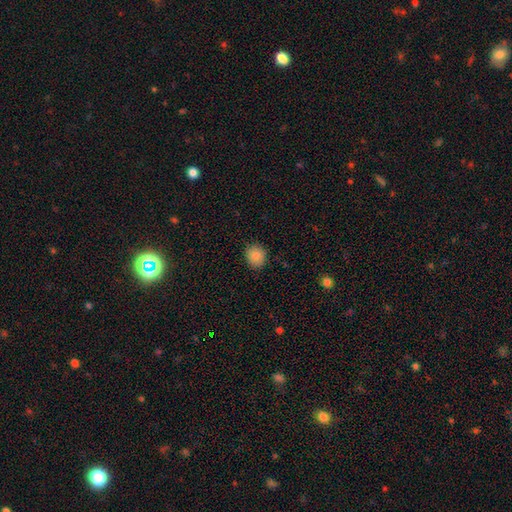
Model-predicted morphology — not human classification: Q: Smooth or featured?
A: smooth (87%); runner-up: star or artifact (9%)
Q: How rounded?
A: round (79%); runner-up: in between (20%)
Q: Merging?
A: none (89%); runner-up: minor disturbance (8%)